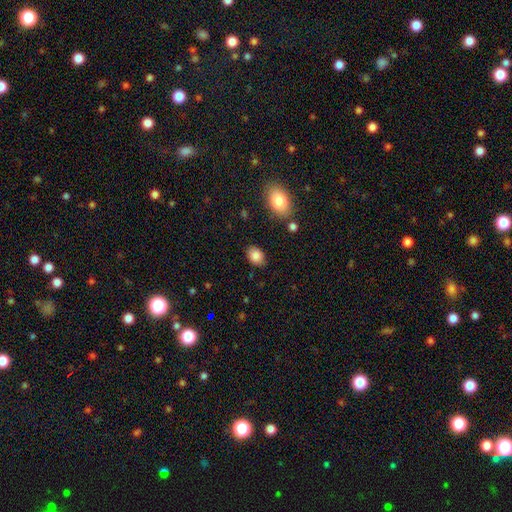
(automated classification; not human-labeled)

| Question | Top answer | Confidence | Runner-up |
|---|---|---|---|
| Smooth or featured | smooth | 86% | star or artifact (8%) |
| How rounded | in between | 82% | round (17%) |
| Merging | none | 83% | minor disturbance (12%) |